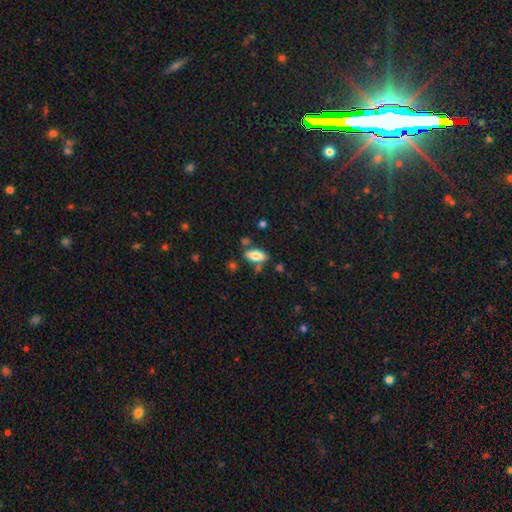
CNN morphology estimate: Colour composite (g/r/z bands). It shows a smooth galaxy with no disk features (79%) that is in between round and cigar-shaped (84%). Merging: none (74%).